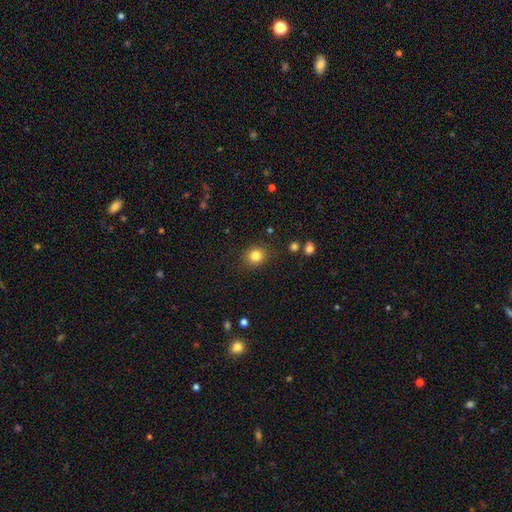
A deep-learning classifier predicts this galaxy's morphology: This is clearly a smooth galaxy (83%). How rounded: clearly round (81%). Merging: clearly none (86%).